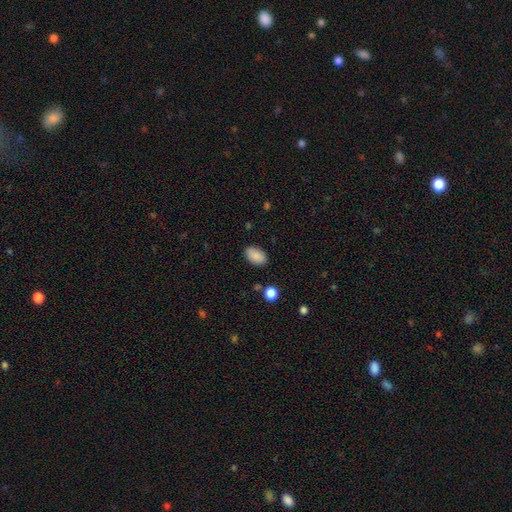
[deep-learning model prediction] Smooth or featured?
  - smooth: 88% *
  - star or artifact: 7%
  - featured or disk: 5%
How rounded?
  - in between: 92% *
  - round: 7%
  - cigar-shaped: 1%
Merging?
  - none: 84% *
  - minor disturbance: 11%
  - major disturbance: 3%
  - merger: 2%